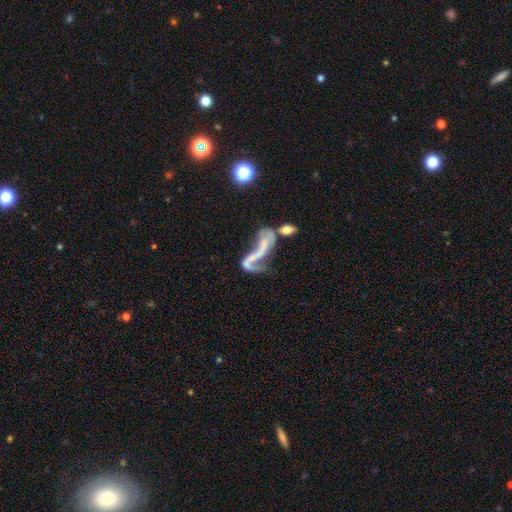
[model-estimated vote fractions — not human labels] featured or disk 71%, smooth 17%, star or artifact 12%. Down the decision tree: edge-on disk — no (90%); bar — no (50%); spiral arms — yes (66%); bulge size — none (56%); merging — merger (41%).